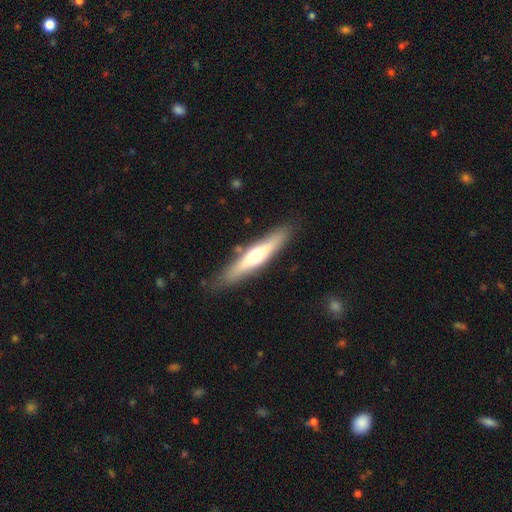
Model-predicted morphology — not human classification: This appears to be a featured or disk galaxy (51%) viewed edge-on (88%). Merging: none (82%).